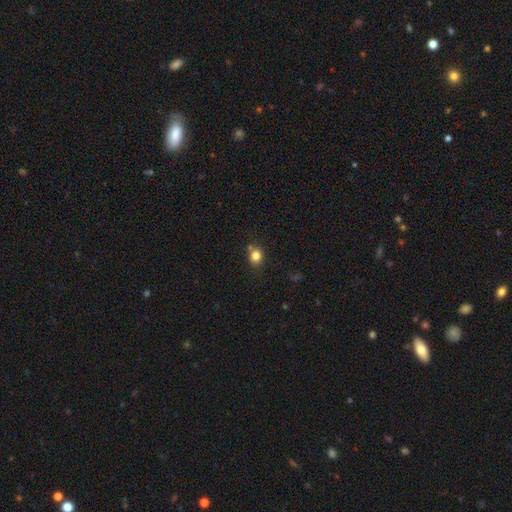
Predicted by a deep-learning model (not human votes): Morphology: type=smooth (82%); roundness=round (72%); merging=none (72%).